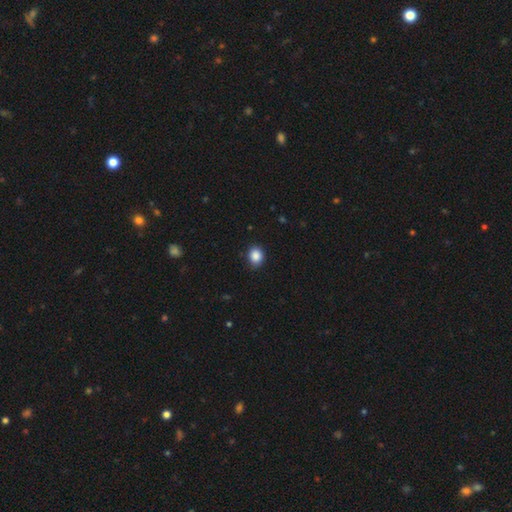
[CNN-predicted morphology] Smooth or featured? smooth (88%)
How rounded? round (54%)
Merging? none (83%)